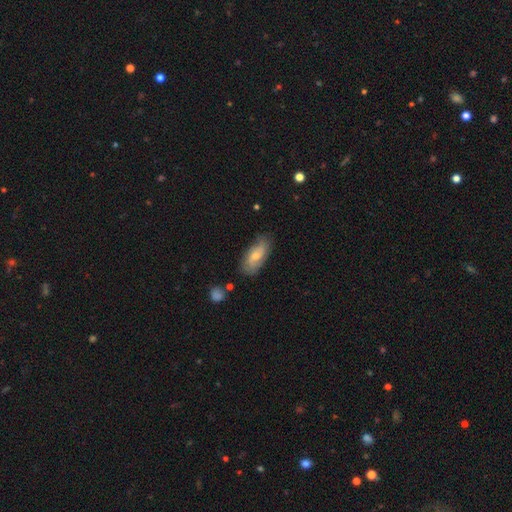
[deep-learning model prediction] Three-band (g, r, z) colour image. It shows a featured or disk galaxy (47%). Merging: none (71%).